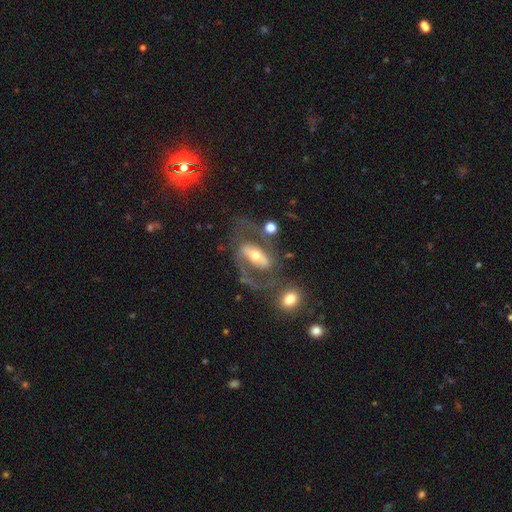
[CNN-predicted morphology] Smooth or featured?
  - featured or disk: 76% *
  - smooth: 17%
  - star or artifact: 7%
Edge-on disk?
  - no: 92% *
  - yes: 8%
Bar?
  - strong: 50% *
  - weak: 25%
  - no: 25%
Spiral arms?
  - yes: 75% *
  - no: 25%
Spiral winding?
  - medium: 46% *
  - loose: 32%
  - tight: 21%
Spiral arm count?
  - 2: 79% *
  - can't tell: 9%
  - 1: 8%
  - 3: 2%
  - 4: 1%
  - more than 4: 1%
Bulge size?
  - moderate: 60% *
  - small: 29%
  - large: 8%
  - dominant: 1%
  - none: 1%
Merging?
  - none: 49% *
  - major disturbance: 25%
  - minor disturbance: 16%
  - merger: 10%